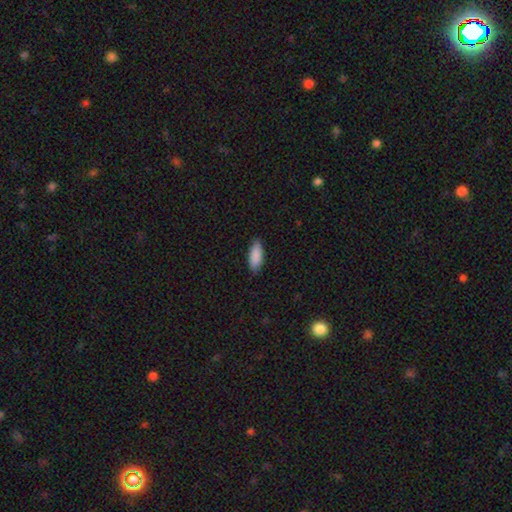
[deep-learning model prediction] Smooth or featured? Predicted: smooth (p=0.90). How rounded? Predicted: in between (p=0.76). Merging? Predicted: none (p=0.87).